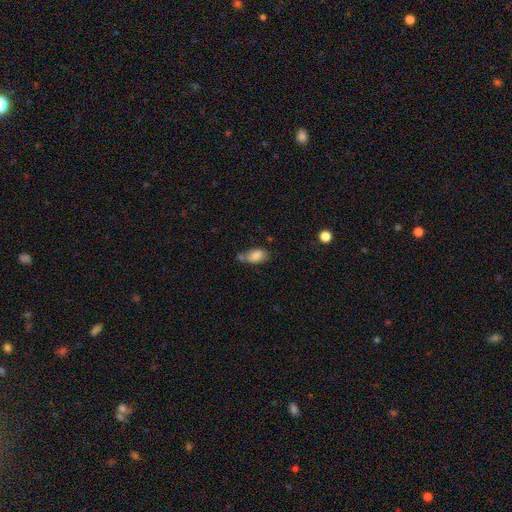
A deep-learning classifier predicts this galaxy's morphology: Overall: smooth (84%). How rounded: in between (91%). Merging: none (46%; minor disturbance 26%).